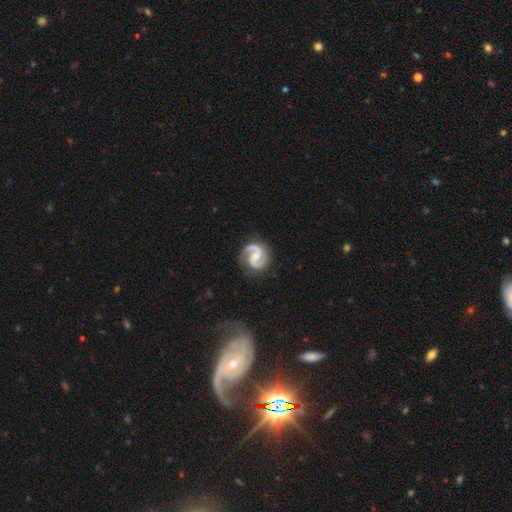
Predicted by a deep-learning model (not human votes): smooth_or_featured: featured or disk (p=0.93) [alt: smooth p=0.04]
disk_edge_on: no (p=0.99) [alt: yes p=0.01]
bar: weak (p=0.46) [alt: no p=0.35]
has_spiral_arms: yes (p=0.98) [alt: no p=0.02]
spiral_winding: medium (p=0.63) [alt: tight p=0.19]
spiral_arm_count: 2 (p=0.94) [alt: 1 p=0.02]
bulge_size: small (p=0.53) [alt: moderate p=0.34]
merging: none (p=0.84) [alt: minor disturbance p=0.11]